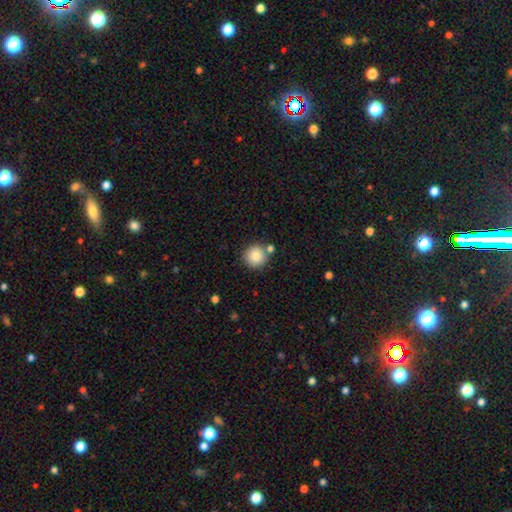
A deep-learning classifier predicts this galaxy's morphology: This is clearly a smooth galaxy (82%). How rounded: clearly round (95%). Merging: likely none (76%).